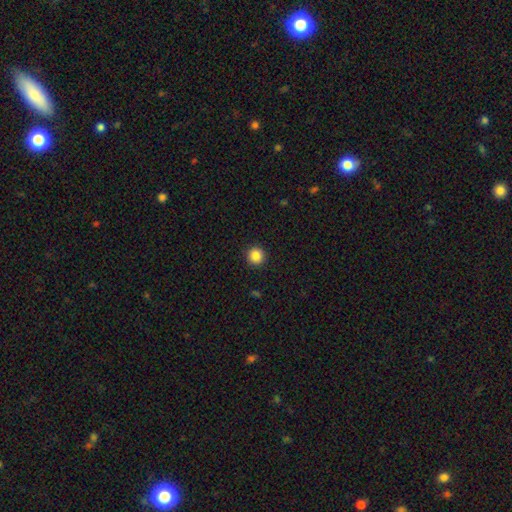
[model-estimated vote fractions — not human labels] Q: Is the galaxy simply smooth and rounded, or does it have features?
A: smooth — 86%.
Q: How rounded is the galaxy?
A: round — 95%.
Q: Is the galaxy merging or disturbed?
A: none — 93%.